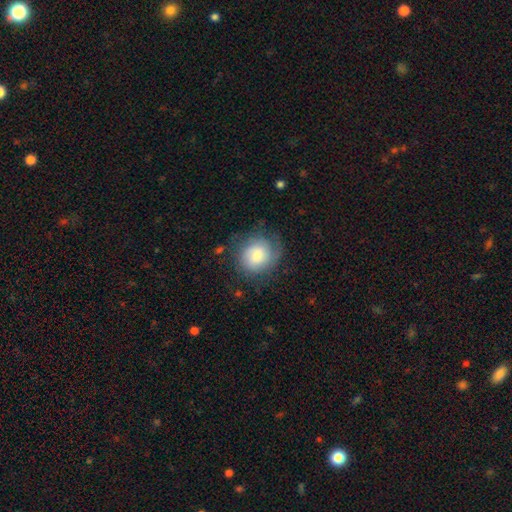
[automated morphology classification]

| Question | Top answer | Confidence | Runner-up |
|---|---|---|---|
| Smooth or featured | smooth | 58% | featured or disk (33%) |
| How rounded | round | 77% | in between (22%) |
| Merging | none | 68% | minor disturbance (20%) |